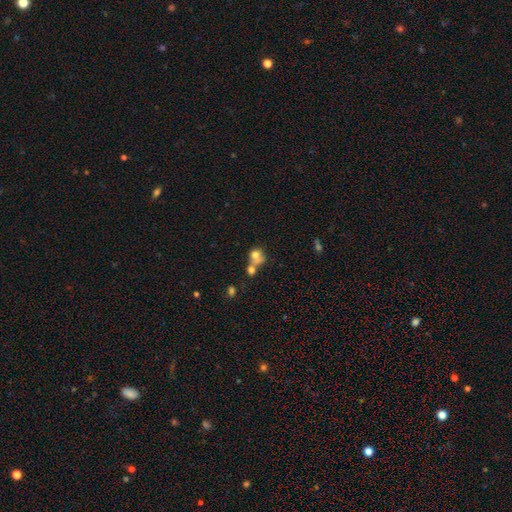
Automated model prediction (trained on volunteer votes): Smooth or featured?
  - smooth: 68% *
  - featured or disk: 19%
  - star or artifact: 12%
How rounded?
  - round: 72% *
  - in between: 27%
  - cigar-shaped: 1%
Merging?
  - merger: 57% *
  - none: 27%
  - minor disturbance: 9%
  - major disturbance: 7%